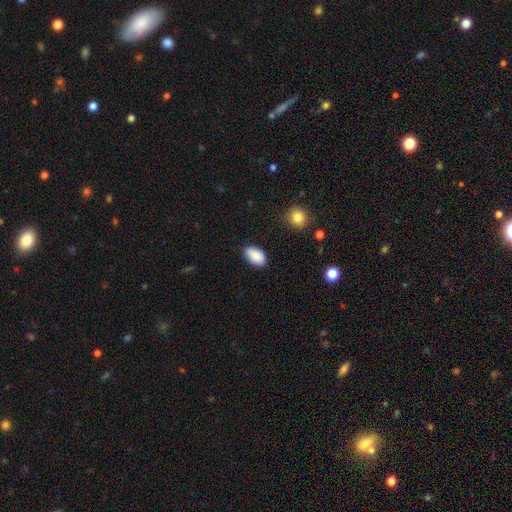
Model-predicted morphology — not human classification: This is clearly a smooth galaxy (89%). How rounded: clearly in between (94%). Merging: clearly none (83%).